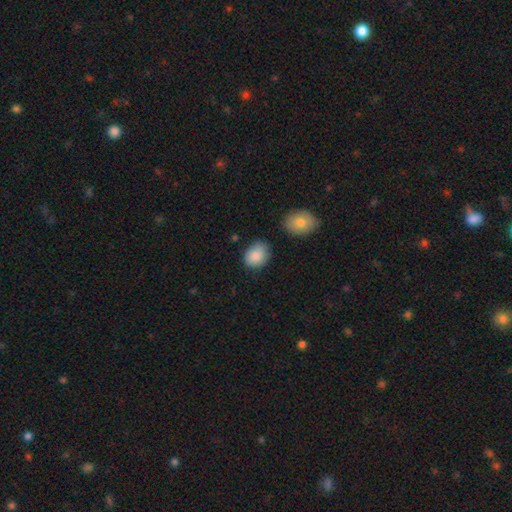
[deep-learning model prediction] A smooth galaxy with no disk features (87%) that is in between round and cigar-shaped (56%).

Vote fractions:
- Smooth or featured? smooth: 87% / star or artifact: 7% / featured or disk: 6%
- How rounded? in between: 56% / round: 43% / cigar-shaped: 1%
- Merging? none: 73% / minor disturbance: 20% / major disturbance: 4% / merger: 4%